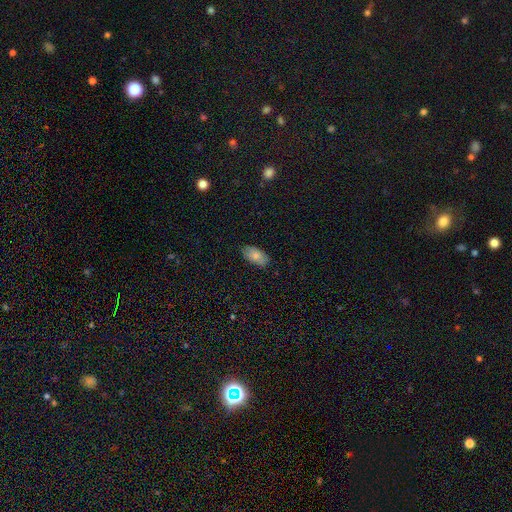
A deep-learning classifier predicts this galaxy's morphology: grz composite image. It shows a smooth galaxy with no disk features (81%) that is in between round and cigar-shaped (93%). Merging: none (84%).